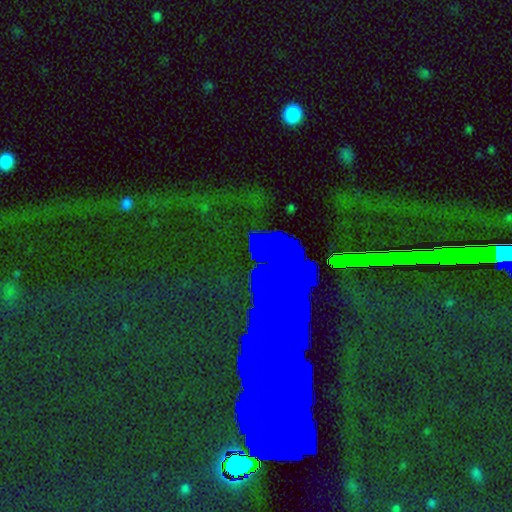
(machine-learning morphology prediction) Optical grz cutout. It shows a star or artifact, not a galaxy (80%).